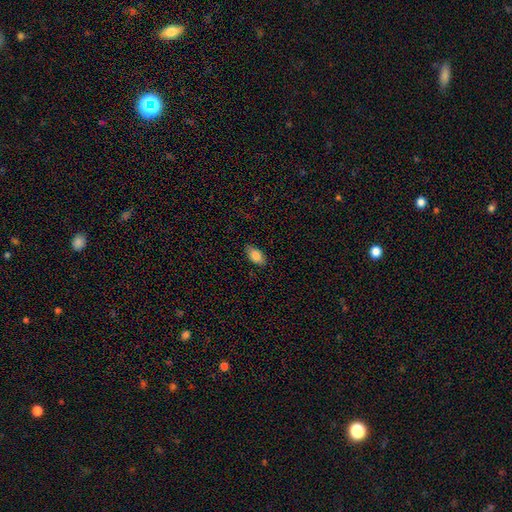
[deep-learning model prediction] The model was most divided on "merging": none: 84%, minor disturbance: 12%, major disturbance: 2%, merger: 1%. More confident: how rounded — in between (92%); smooth or featured — smooth (83%).